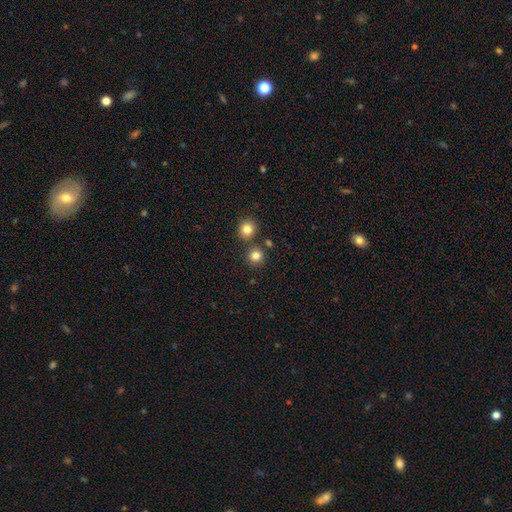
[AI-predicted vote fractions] Overall: smooth (82%). How rounded: round (92%). Merging: none (79%).